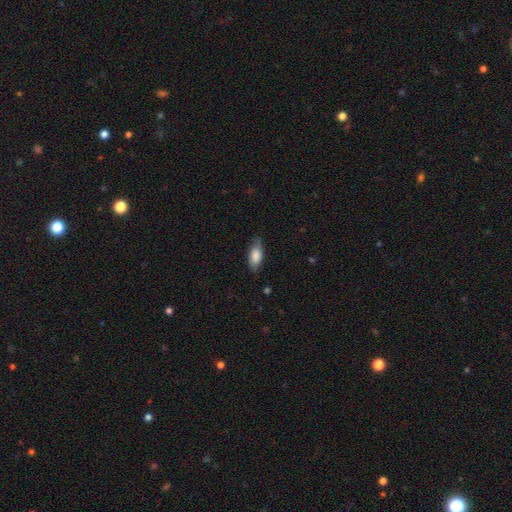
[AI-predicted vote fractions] A smooth galaxy with no disk features (80%) that is in between round and cigar-shaped (84%).

Vote fractions:
- Smooth or featured? smooth: 80% / featured or disk: 14% / star or artifact: 6%
- How rounded? in between: 84% / cigar-shaped: 13% / round: 3%
- Merging? none: 74% / minor disturbance: 21% / major disturbance: 4% / merger: 1%